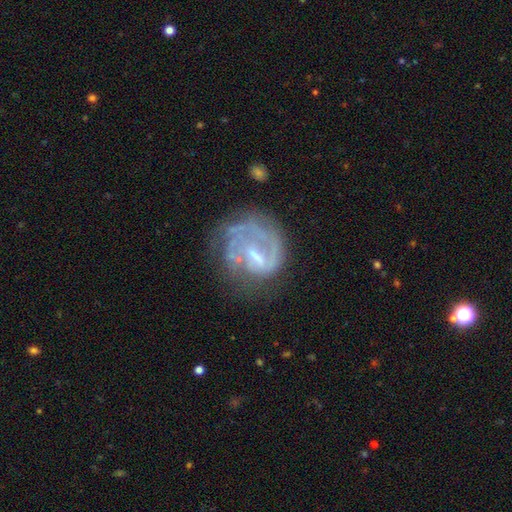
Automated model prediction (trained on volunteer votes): This appears to be a featured or disk galaxy (73%) with a weak bar (49%), spiral arms (66%) and a small central bulge (39%). Merging: none (47%).